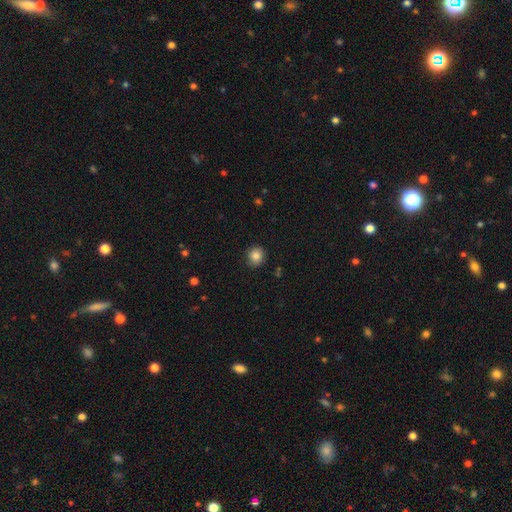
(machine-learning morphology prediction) A smooth galaxy with no disk features (85%) that is round (87%). Merging: none (88%).